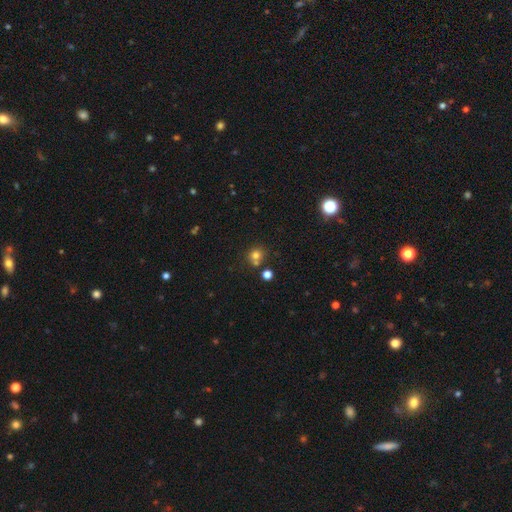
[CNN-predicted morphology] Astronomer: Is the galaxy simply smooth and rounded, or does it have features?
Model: smooth — 75%.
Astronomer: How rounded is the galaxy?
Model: round — 86%.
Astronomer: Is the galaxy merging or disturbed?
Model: none — 62%.